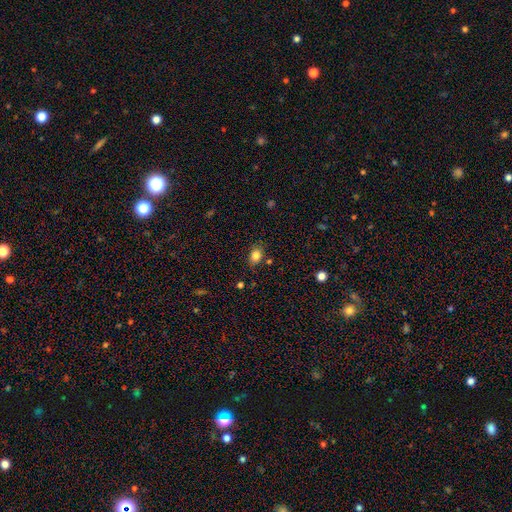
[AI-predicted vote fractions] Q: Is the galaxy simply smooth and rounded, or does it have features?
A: smooth — 83%.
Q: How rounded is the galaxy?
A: in between — 65%.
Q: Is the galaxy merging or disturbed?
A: none — 79%.